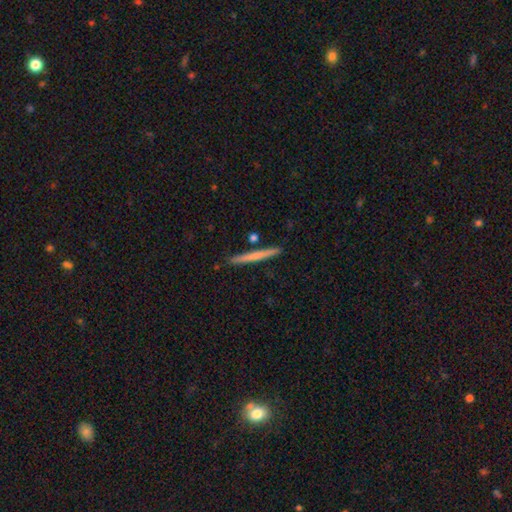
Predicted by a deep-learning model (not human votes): Q: Smooth or featured?
A: smooth (59%); runner-up: featured or disk (36%)
Q: How rounded?
A: cigar-shaped (97%); runner-up: in between (2%)
Q: Merging?
A: none (89%); runner-up: minor disturbance (7%)